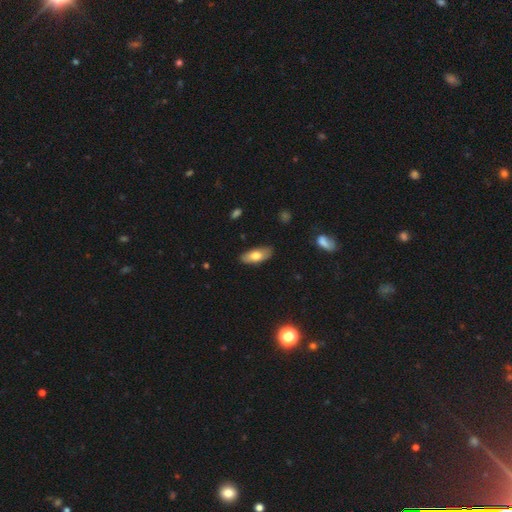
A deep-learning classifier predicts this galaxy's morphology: This appears to be a smooth galaxy with no disk features (72%) that is in between round and cigar-shaped (84%). Merging: none (85%).